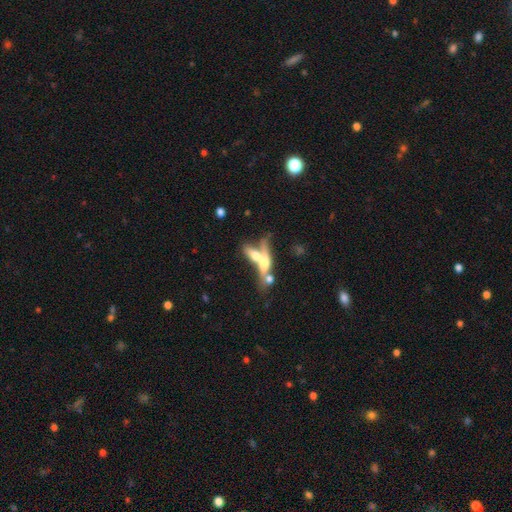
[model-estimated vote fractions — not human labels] The model was most divided on "smooth or featured": smooth: 47%, featured or disk: 44%, star or artifact: 9%. More confident: merging — merger (63%).